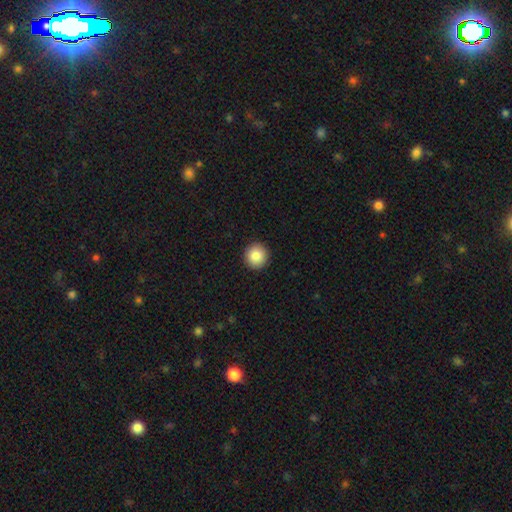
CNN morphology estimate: This is clearly a smooth galaxy (86%). How rounded: clearly round (94%). Merging: clearly none (93%).